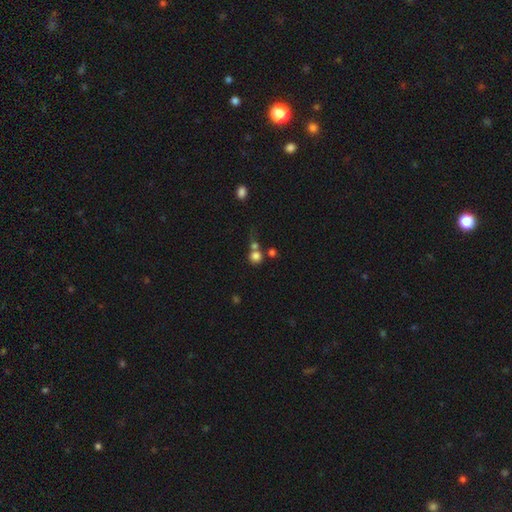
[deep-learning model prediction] Morphology: type=smooth (77%); roundness=round (90%); merging=none (52%).